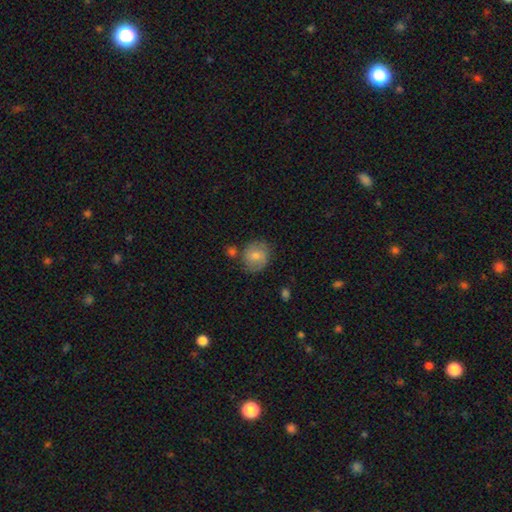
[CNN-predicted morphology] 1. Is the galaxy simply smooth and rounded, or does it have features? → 57% smooth, 34% featured or disk, 10% star or artifact.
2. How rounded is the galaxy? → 80% round, 19% in between, 1% cigar-shaped.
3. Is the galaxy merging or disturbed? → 74% none, 17% minor disturbance, 5% merger, 4% major disturbance.